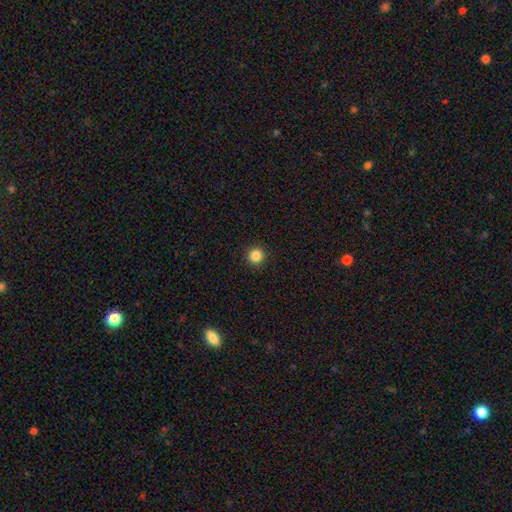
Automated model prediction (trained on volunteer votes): Smooth or featured: smooth — 85% (star or artifact — 11%)
How rounded: round — 95% (in between — 4%)
Merging: none — 93% (minor disturbance — 4%)